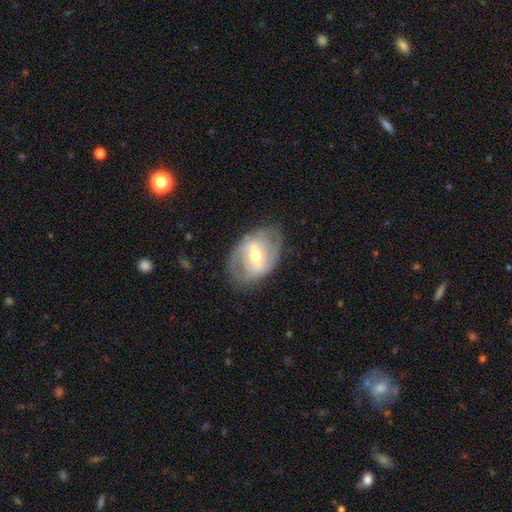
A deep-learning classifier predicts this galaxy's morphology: A featured or disk galaxy (76%) with a weak bar (42%, tied with strong), 2 (60%) tight (45%) spiral arms (74%) and a moderate central bulge (66%). Merging: none (74%).